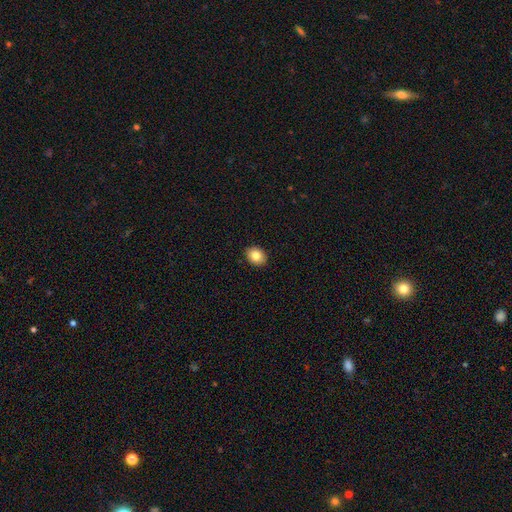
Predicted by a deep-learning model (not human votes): This appears to be a smooth galaxy with no disk features (82%) that is in between round and cigar-shaped (55%). Merging: none (91%).